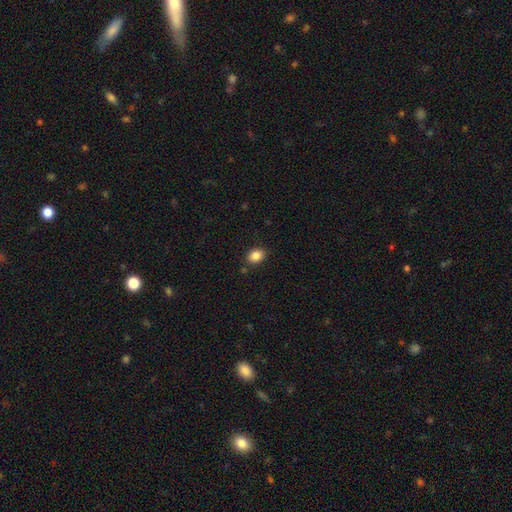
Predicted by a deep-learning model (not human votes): smooth_or_featured: smooth (p=0.87) [alt: star or artifact p=0.09]
how_rounded: in between (p=0.73) [alt: round p=0.26]
merging: none (p=0.85) [alt: minor disturbance p=0.10]